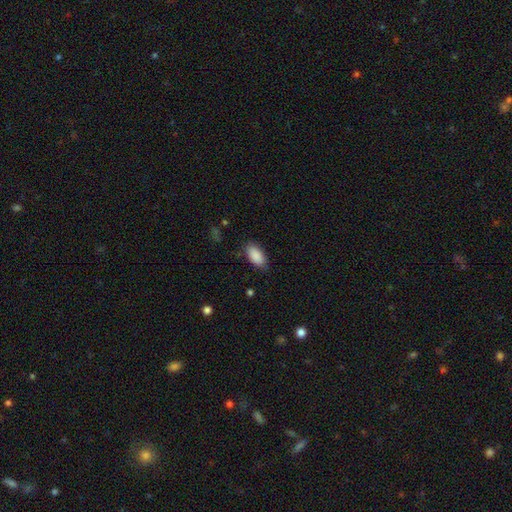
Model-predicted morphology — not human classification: This appears to be a smooth galaxy with no disk features (90%) that is in between round and cigar-shaped (93%). Merging: none (83%).